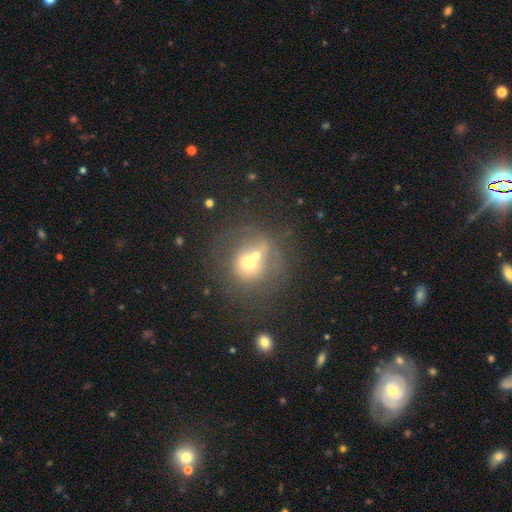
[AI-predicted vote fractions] smooth 51%, featured or disk 35%, star or artifact 14%. Down the decision tree: how rounded — round (84%); merging — merger (48%).